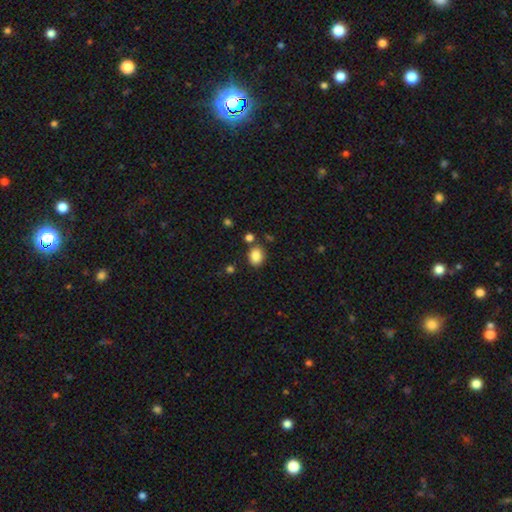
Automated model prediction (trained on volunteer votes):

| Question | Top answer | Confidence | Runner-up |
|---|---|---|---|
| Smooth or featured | smooth | 86% | star or artifact (10%) |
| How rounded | in between | 51% | round (48%) |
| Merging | none | 77% | minor disturbance (12%) |